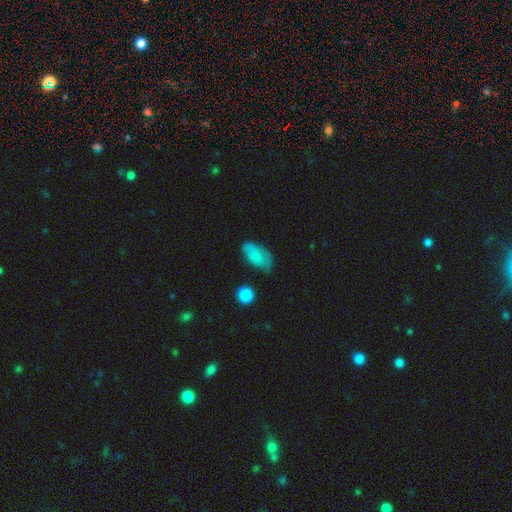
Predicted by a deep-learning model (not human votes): Q: Smooth or featured?
A: smooth (75%); runner-up: featured or disk (17%)
Q: How rounded?
A: in between (93%); runner-up: round (4%)
Q: Merging?
A: none (61%); runner-up: minor disturbance (29%)